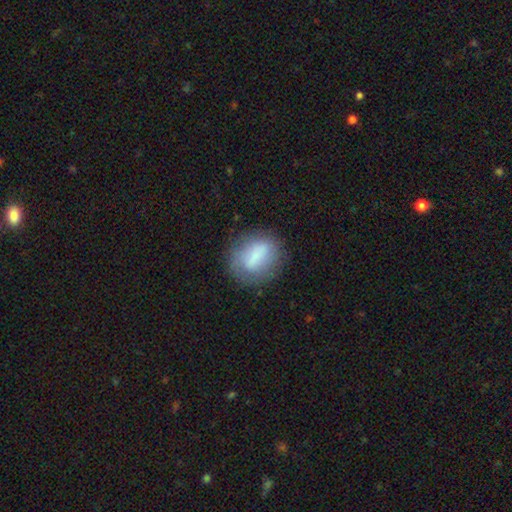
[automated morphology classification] This appears to be a smooth galaxy with no disk features (63%) that is in between round and cigar-shaped (54%). Merging: none (69%).